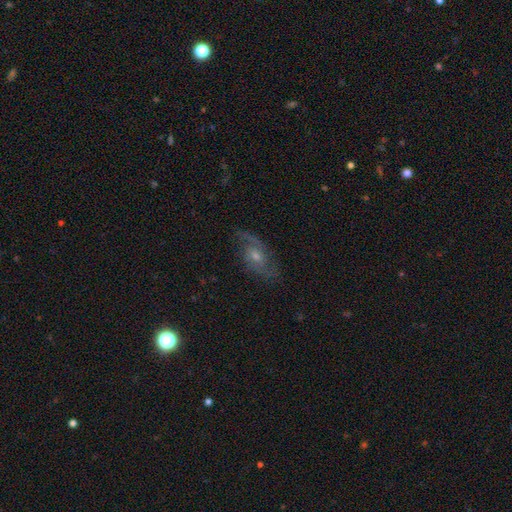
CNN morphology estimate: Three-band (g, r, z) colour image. It shows a featured or disk galaxy (74%) with no bar (62%), 2 (78%) medium (46%) spiral arms (91%) and a moderate central bulge (53%). Merging: none (73%).